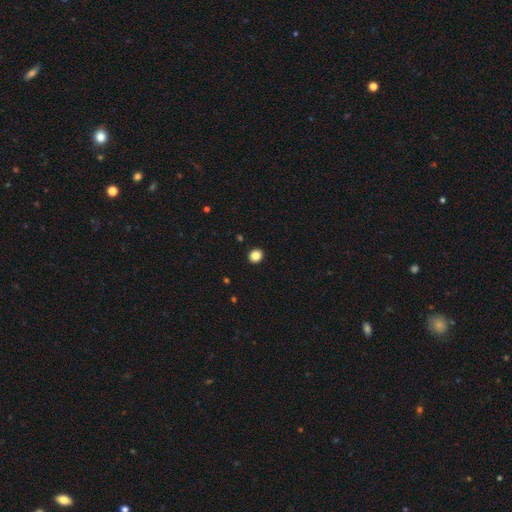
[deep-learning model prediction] Morphology: type=smooth (85%); roundness=round (81%); merging=none (93%).